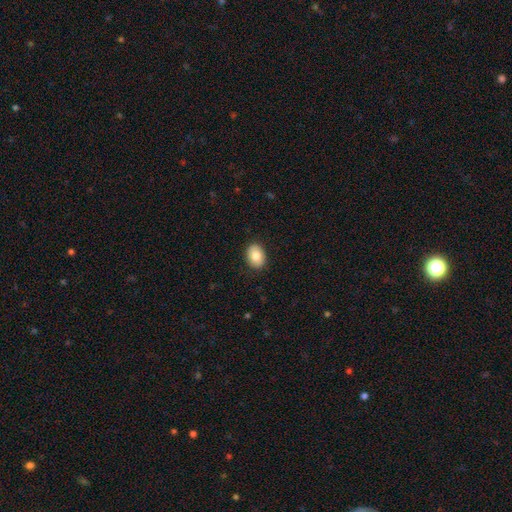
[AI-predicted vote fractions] The model was most divided on "how rounded": in between: 71%, round: 28%, cigar-shaped: 1%. More confident: merging — none (88%); smooth or featured — smooth (82%).